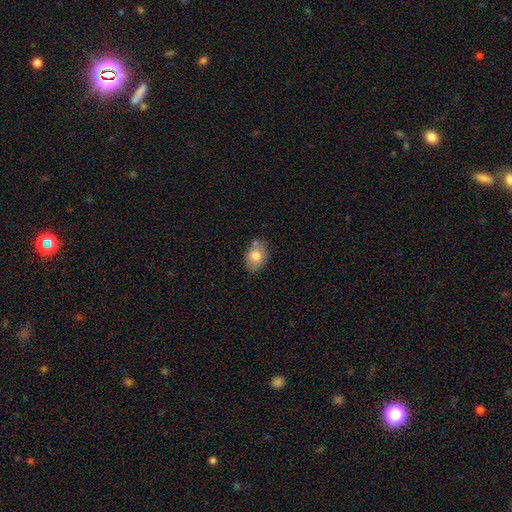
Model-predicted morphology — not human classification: Overall: smooth (78%). How rounded: in between (75%). Merging: none (68%).